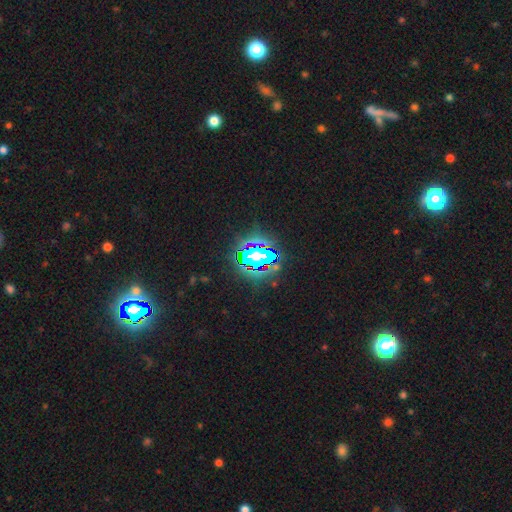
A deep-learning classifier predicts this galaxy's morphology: Smooth or featured? star or artifact (72%)